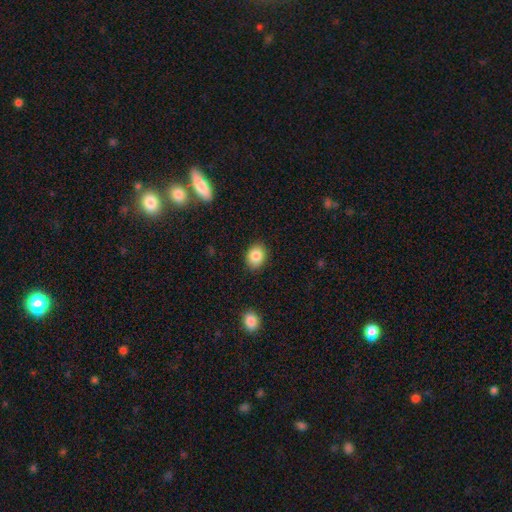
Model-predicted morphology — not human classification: A smooth galaxy with no disk features (86%) that is in between round and cigar-shaped (58%). Merging: none (87%).